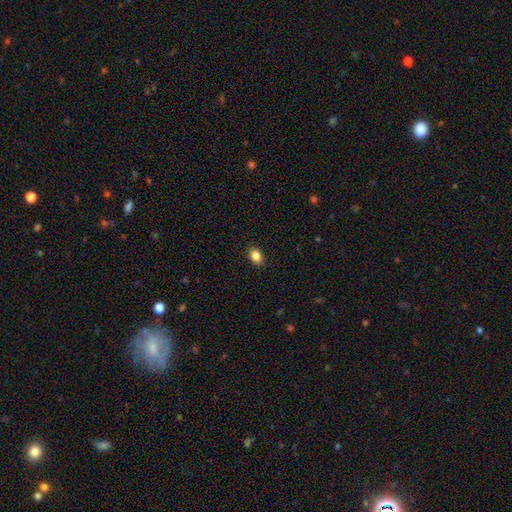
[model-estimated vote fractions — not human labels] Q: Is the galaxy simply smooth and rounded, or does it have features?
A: smooth — 86%.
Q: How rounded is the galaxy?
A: in between — 80%.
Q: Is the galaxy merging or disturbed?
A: none — 89%.